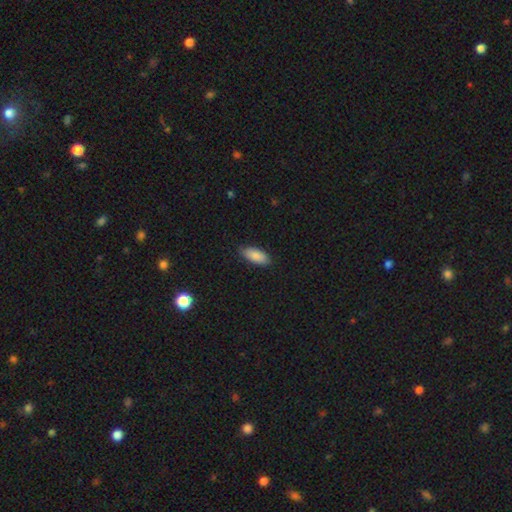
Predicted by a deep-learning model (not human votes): Overall: smooth (87%). How rounded: in between (87%). Merging: none (86%).